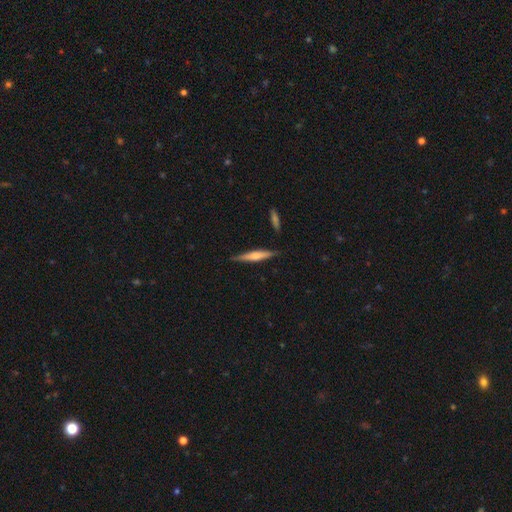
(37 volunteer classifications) smooth 51%, featured or disk 43%, star or artifact 5%. Down the decision tree: how rounded — cigar-shaped (89%); merging — none (77%).